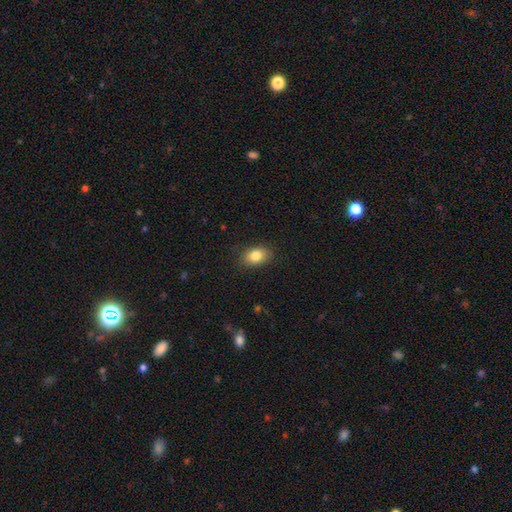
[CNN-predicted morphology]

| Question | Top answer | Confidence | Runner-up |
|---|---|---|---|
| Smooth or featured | smooth | 84% | star or artifact (9%) |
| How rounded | in between | 82% | round (16%) |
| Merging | none | 86% | minor disturbance (11%) |